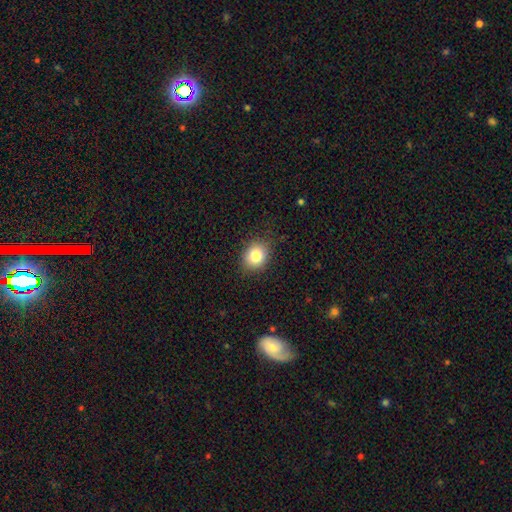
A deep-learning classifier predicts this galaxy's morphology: smooth-or-featured: smooth: 83% | star or artifact: 10% | featured or disk: 7%
  how-rounded: round: 61% | in between: 38% | cigar-shaped: 1%
  merging: none: 86% | minor disturbance: 11% | major disturbance: 3% | merger: 1%